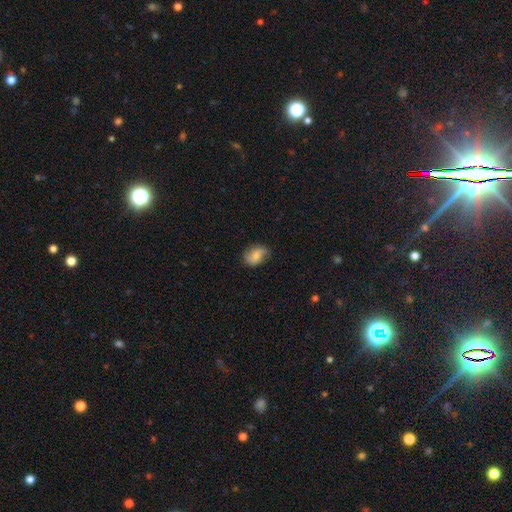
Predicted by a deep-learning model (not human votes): This appears to be a smooth galaxy with no disk features (62%) that is in between round and cigar-shaped (76%). Merging: none (71%).